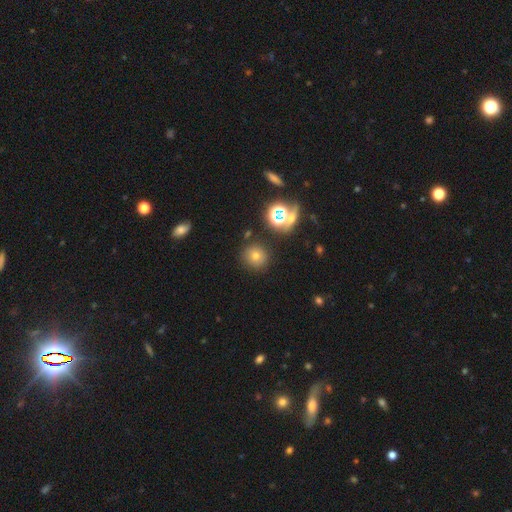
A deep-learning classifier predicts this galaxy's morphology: Smooth or featured? Predicted: smooth (p=0.62). How rounded? Predicted: round (p=0.91). Merging? Predicted: none (p=0.84).